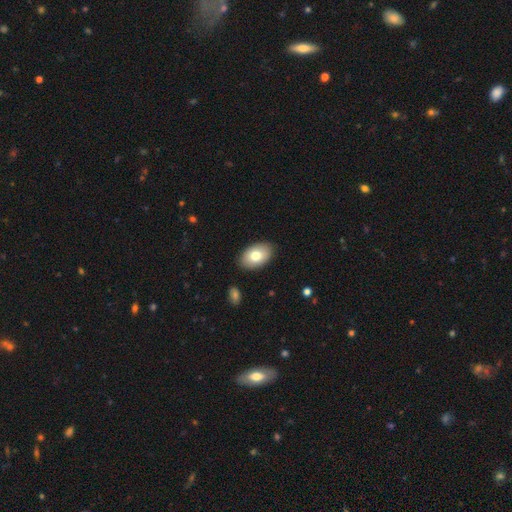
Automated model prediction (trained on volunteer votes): Overall: smooth (77%). How rounded: in between (91%). Merging: none (88%).